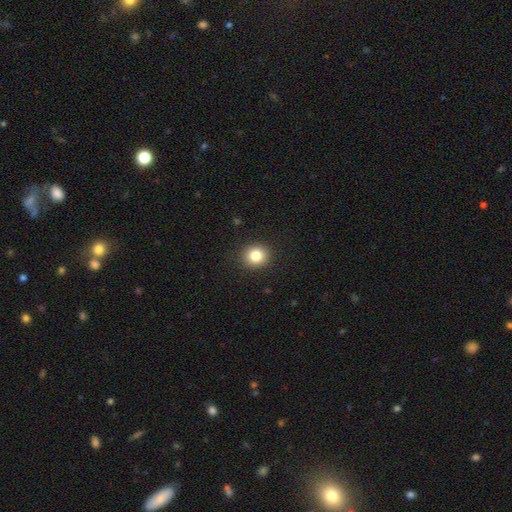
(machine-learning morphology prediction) A smooth galaxy with no disk features (83%) that is round (83%).

Vote fractions:
- Smooth or featured? smooth: 83% / star or artifact: 11% / featured or disk: 6%
- How rounded? round: 83% / in between: 16% / cigar-shaped: 1%
- Merging? none: 91% / minor disturbance: 6% / major disturbance: 2% / merger: 1%